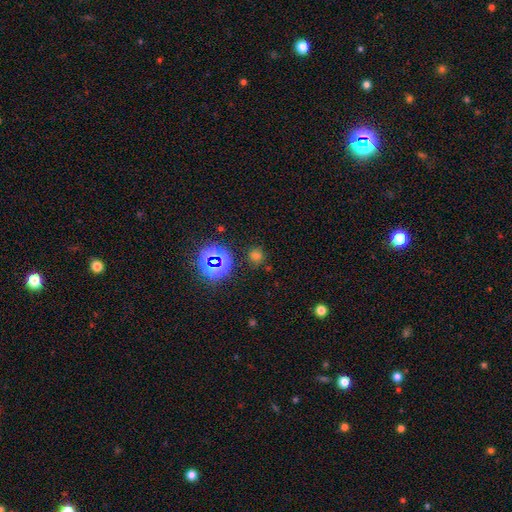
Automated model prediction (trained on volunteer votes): Overall: smooth (59%; star or artifact 34%). How rounded: round (84%). Merging: none (80%).